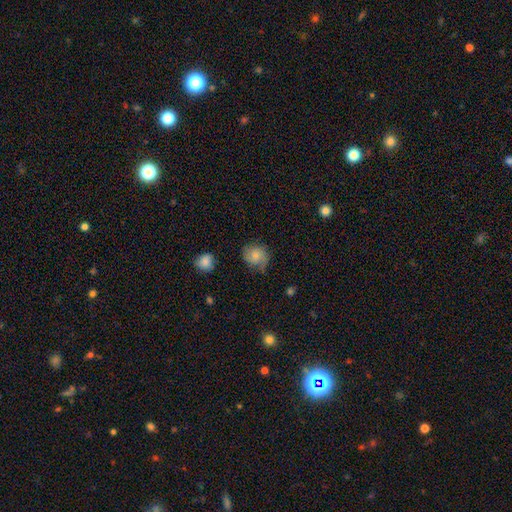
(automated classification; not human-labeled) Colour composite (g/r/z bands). It shows a smooth galaxy with no disk features (64%) that is round (71%). Merging: none (59%).